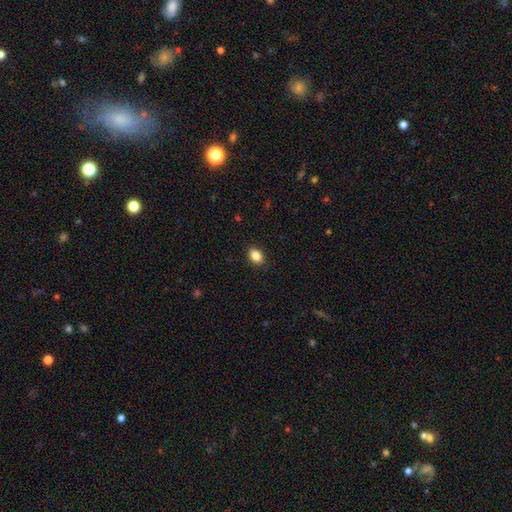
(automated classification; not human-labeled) Smooth or featured?
  - smooth: 86% *
  - star or artifact: 9%
  - featured or disk: 5%
How rounded?
  - in between: 80% *
  - round: 19%
  - cigar-shaped: 1%
Merging?
  - none: 89% *
  - minor disturbance: 8%
  - major disturbance: 2%
  - merger: 1%